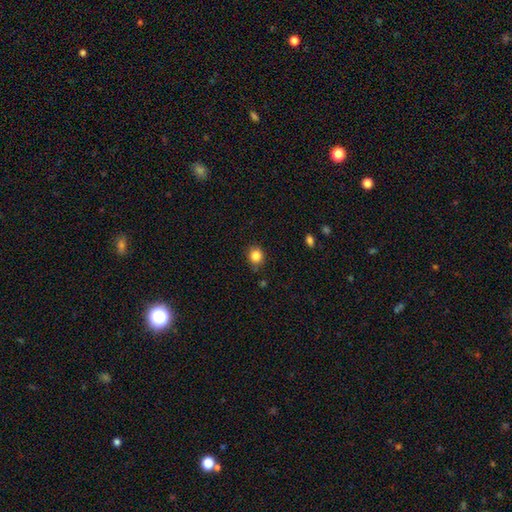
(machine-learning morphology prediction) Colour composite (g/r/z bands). It shows a smooth galaxy with no disk features (85%) that is round (82%). Merging: none (82%).